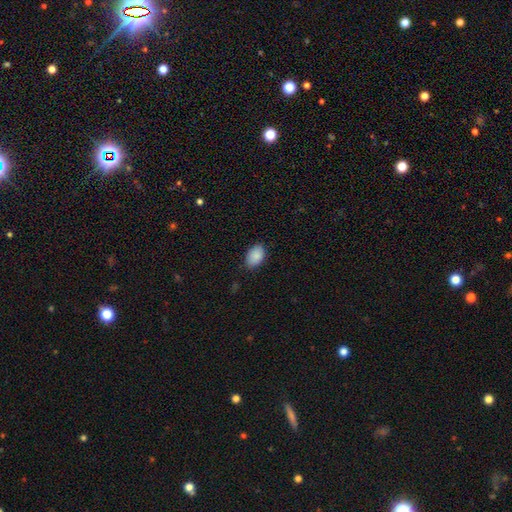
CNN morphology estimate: smooth-or-featured: smooth: 89% | star or artifact: 7% | featured or disk: 4%
  how-rounded: in between: 89% | round: 10% | cigar-shaped: 1%
  merging: none: 83% | minor disturbance: 13% | major disturbance: 2% | merger: 1%